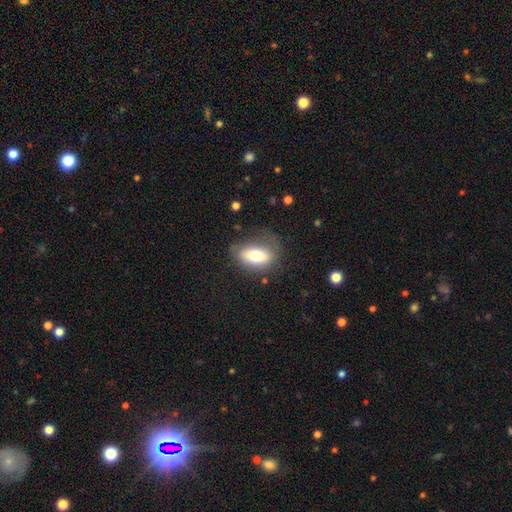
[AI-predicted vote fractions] This is likely a smooth galaxy (68%). How rounded: clearly in between (85%). Merging: likely none (61%).